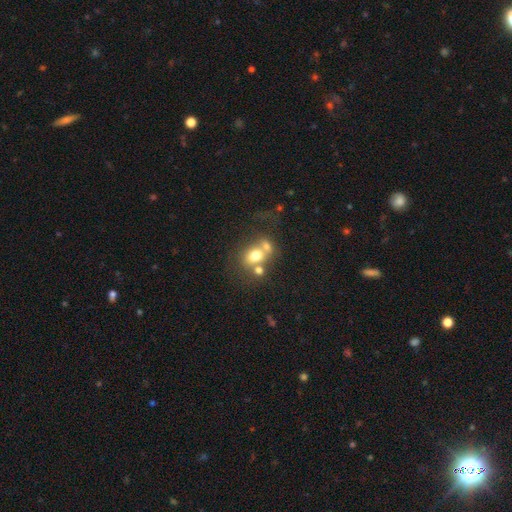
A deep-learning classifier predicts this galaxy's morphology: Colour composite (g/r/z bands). It shows a smooth galaxy with no disk features (66%) that is in between round and cigar-shaped (51%). Merging: merger (47%).